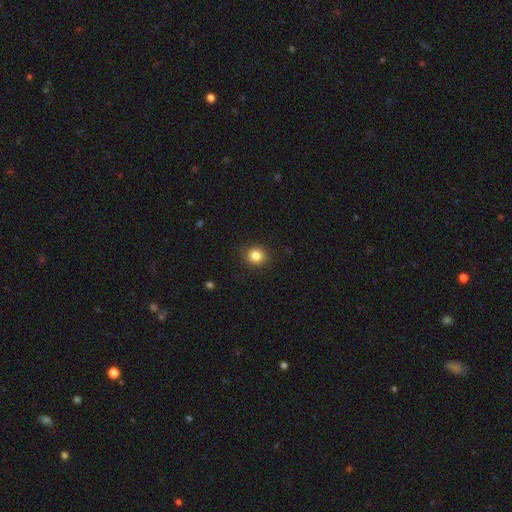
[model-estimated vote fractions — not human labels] Smooth or featured? smooth (84%)
How rounded? round (84%)
Merging? none (90%)